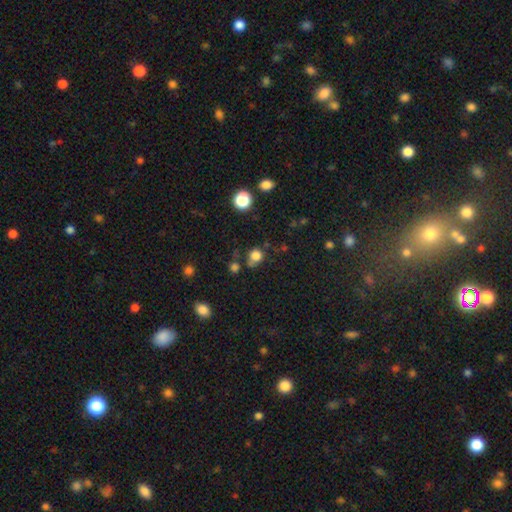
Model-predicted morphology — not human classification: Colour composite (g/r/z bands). It shows a smooth galaxy with no disk features (80%) that is round (79%). Merging: none (60%).